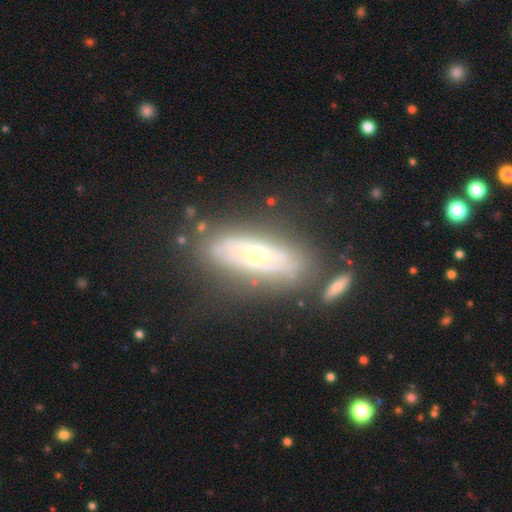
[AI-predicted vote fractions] Smooth or featured? featured or disk (68%)
Edge-on disk? no (71%)
Merging? none (67%)